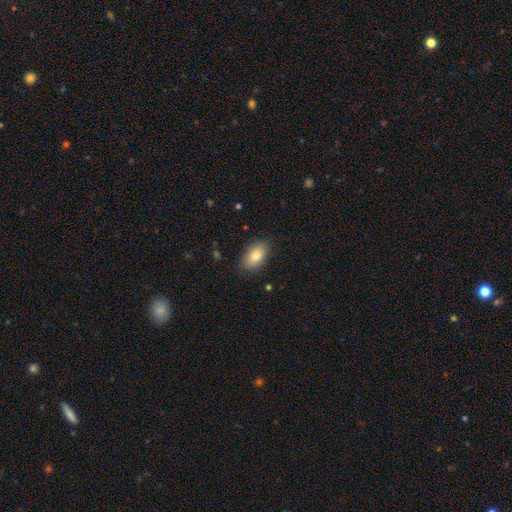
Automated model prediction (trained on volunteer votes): Smooth or featured? Predicted: smooth (p=0.81). How rounded? Predicted: in between (p=0.91). Merging? Predicted: none (p=0.84).